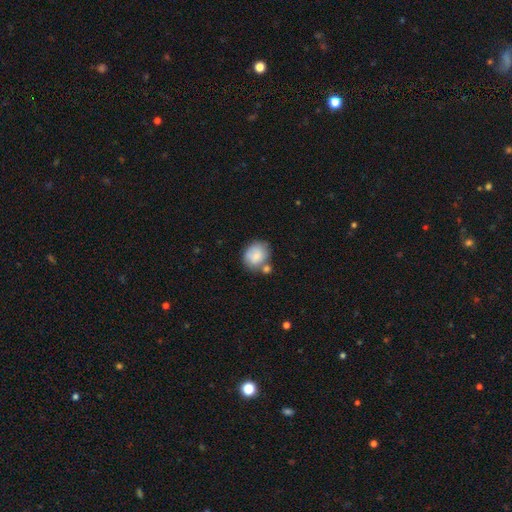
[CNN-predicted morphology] Smooth or featured?
  - smooth: 81% *
  - featured or disk: 12%
  - star or artifact: 7%
How rounded?
  - round: 59% *
  - in between: 40%
  - cigar-shaped: 1%
Merging?
  - none: 53% *
  - merger: 23%
  - minor disturbance: 19%
  - major disturbance: 5%